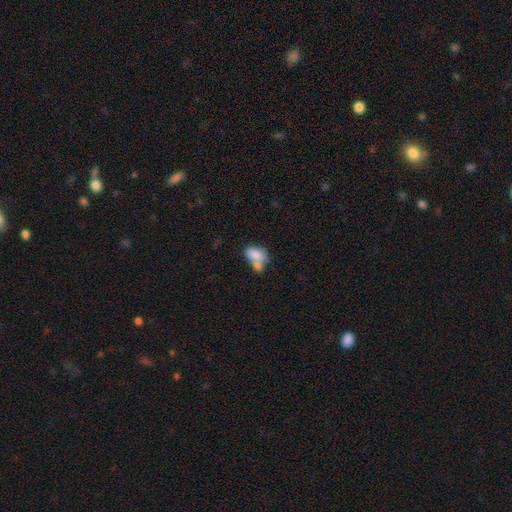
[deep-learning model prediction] Smooth or featured? smooth (76%)
How rounded? in between (83%)
Merging? merger (52%)